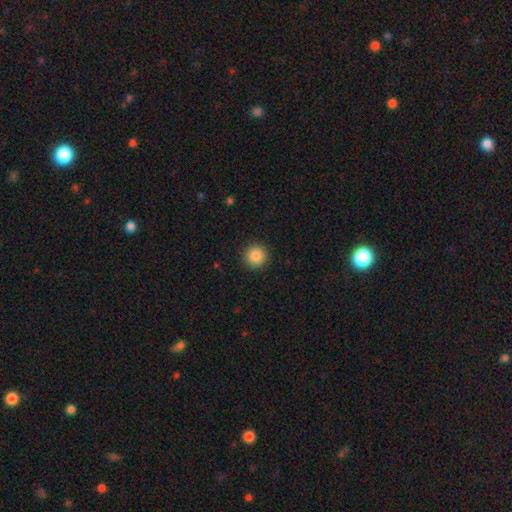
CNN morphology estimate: A smooth galaxy with no disk features (87%) that is round (95%).

Vote fractions:
- Smooth or featured? smooth: 87% / star or artifact: 9% / featured or disk: 4%
- How rounded? round: 95% / in between: 4% / cigar-shaped: 1%
- Merging? none: 92% / minor disturbance: 5% / major disturbance: 2% / merger: 1%